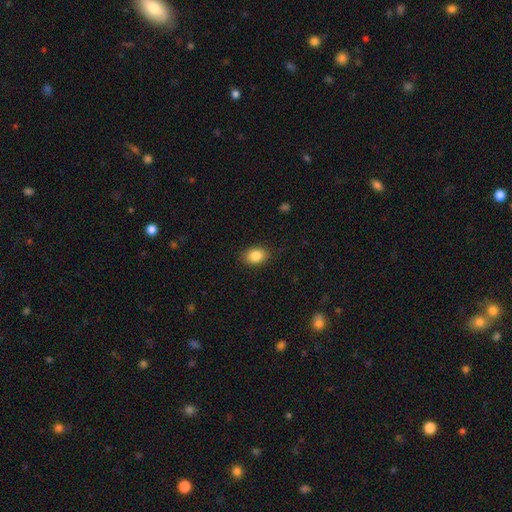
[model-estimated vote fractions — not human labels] Morphology: type=smooth (86%); roundness=in between (73%); merging=none (87%).